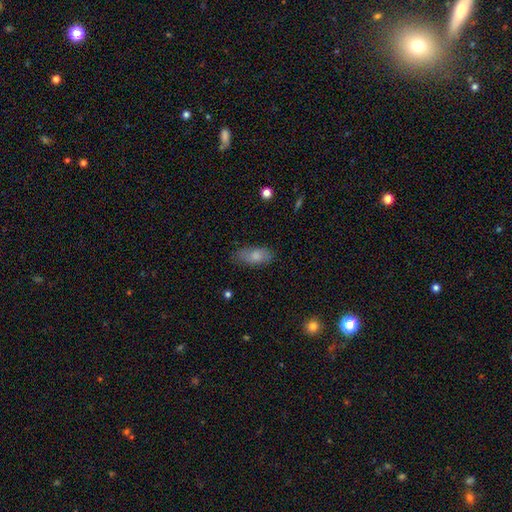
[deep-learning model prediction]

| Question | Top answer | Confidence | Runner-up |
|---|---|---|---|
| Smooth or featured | smooth | 80% | featured or disk (13%) |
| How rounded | in between | 87% | cigar-shaped (9%) |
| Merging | none | 75% | minor disturbance (19%) |